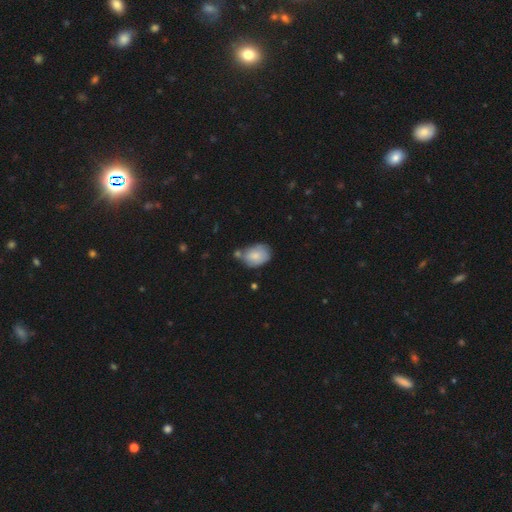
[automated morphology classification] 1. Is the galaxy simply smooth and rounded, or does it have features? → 76% smooth, 17% featured or disk, 7% star or artifact.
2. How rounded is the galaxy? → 77% in between, 21% round, 1% cigar-shaped.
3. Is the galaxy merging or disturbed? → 49% none, 27% minor disturbance, 17% merger, 7% major disturbance.